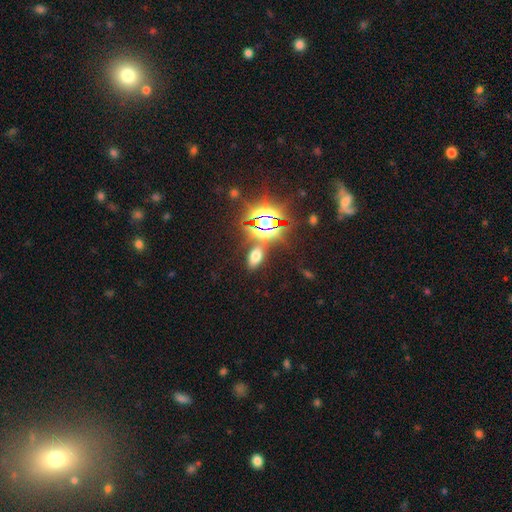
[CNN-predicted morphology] smooth 53%, star or artifact 39%, featured or disk 9%. Down the decision tree: how rounded — in between (88%); merging — none (80%).